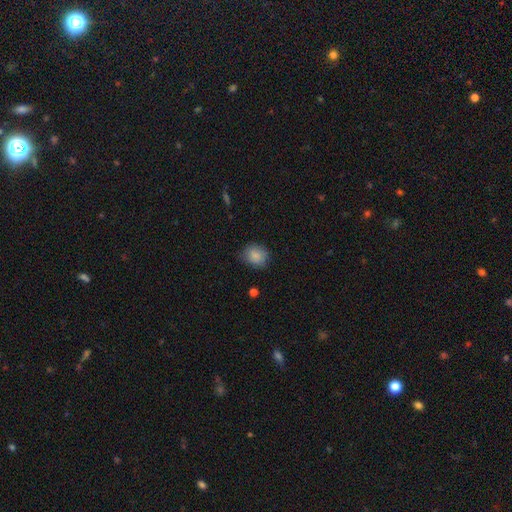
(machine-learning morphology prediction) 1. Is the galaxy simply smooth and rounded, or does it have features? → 86% smooth, 8% star or artifact, 6% featured or disk.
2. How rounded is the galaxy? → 69% round, 30% in between, 1% cigar-shaped.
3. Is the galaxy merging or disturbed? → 77% none, 18% minor disturbance, 4% major disturbance, 1% merger.